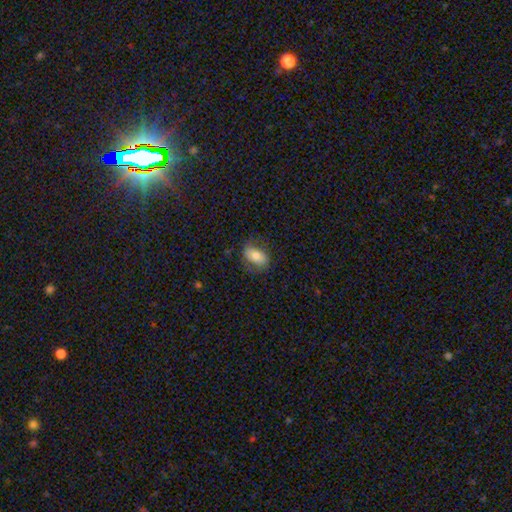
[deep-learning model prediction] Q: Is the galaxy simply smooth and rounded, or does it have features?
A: smooth — 74%.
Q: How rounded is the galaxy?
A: in between — 88%.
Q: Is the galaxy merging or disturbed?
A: none — 72%.